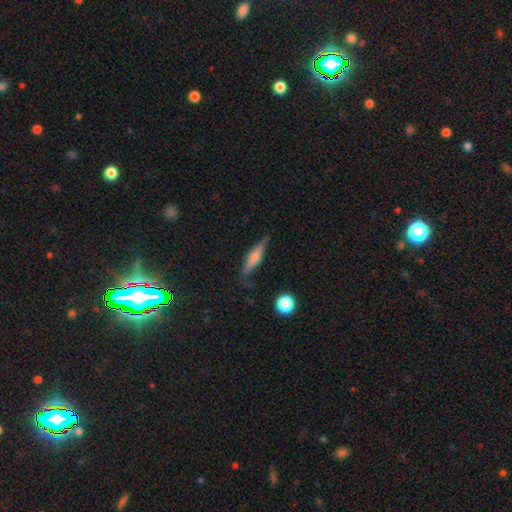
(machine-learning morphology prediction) Smooth or featured? smooth (51%)
How rounded? cigar-shaped (80%)
Merging? none (77%)